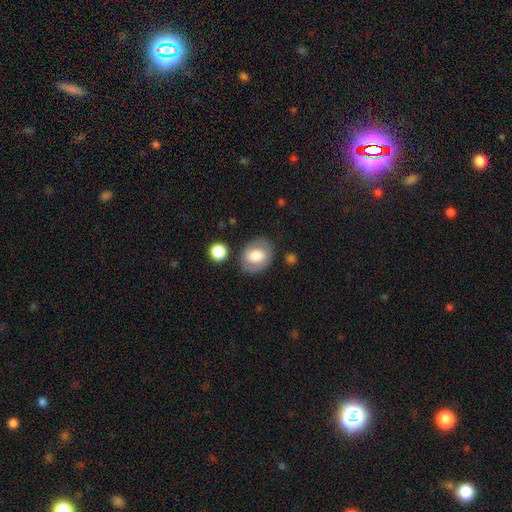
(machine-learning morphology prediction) The model was most divided on "how rounded": in between: 59%, round: 40%, cigar-shaped: 1%. More confident: merging — none (76%); smooth or featured — smooth (66%).